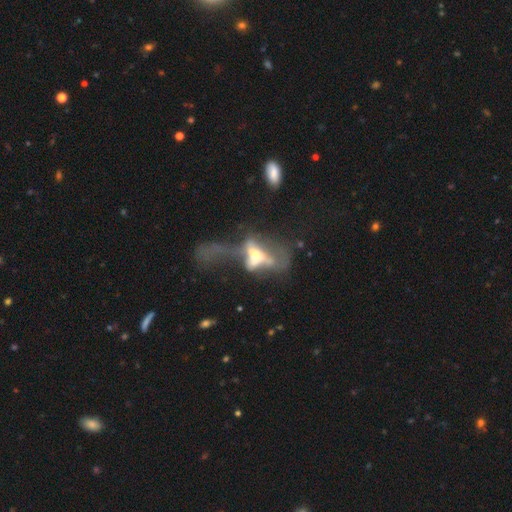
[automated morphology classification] A featured or disk galaxy (56%). Merging: major disturbance (56%).